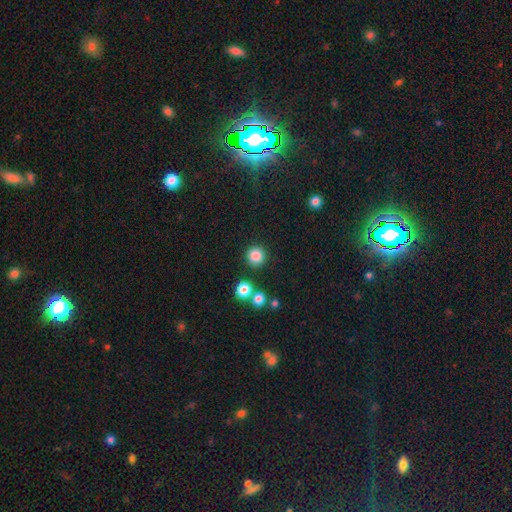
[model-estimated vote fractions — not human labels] smooth_or_featured: smooth (p=0.85) [alt: star or artifact p=0.12]
how_rounded: round (p=0.93) [alt: in between p=0.06]
merging: none (p=0.86) [alt: minor disturbance p=0.07]